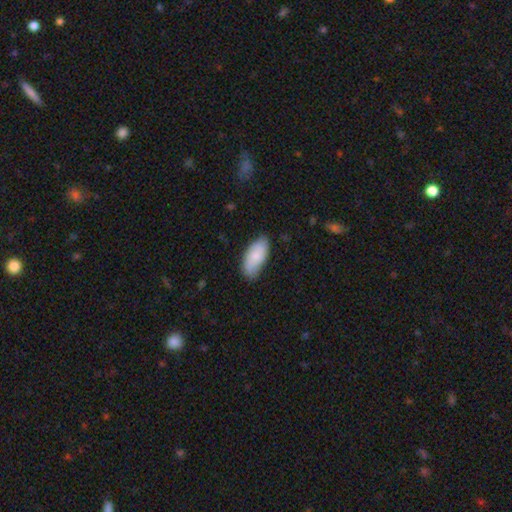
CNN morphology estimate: smooth 68%, featured or disk 26%, star or artifact 6%. Down the decision tree: how rounded — in between (91%); merging — none (71%).